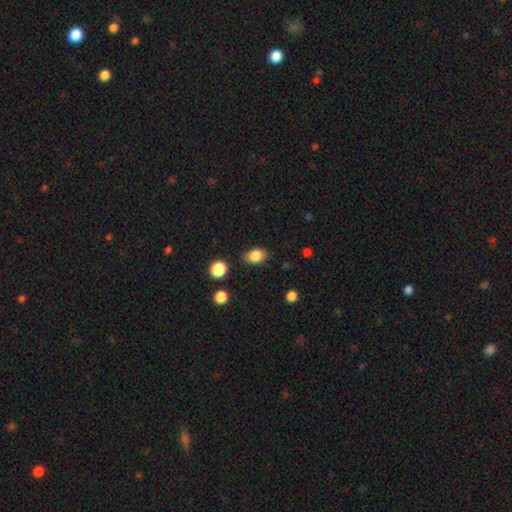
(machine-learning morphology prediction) A smooth galaxy with no disk features (85%) that is in between round and cigar-shaped (77%).

Vote fractions:
- Smooth or featured? smooth: 85% / star or artifact: 9% / featured or disk: 6%
- How rounded? in between: 77% / round: 22% / cigar-shaped: 1%
- Merging? none: 81% / minor disturbance: 14% / major disturbance: 3% / merger: 2%